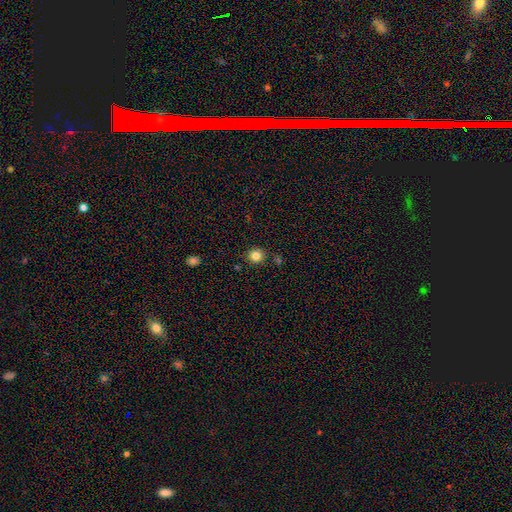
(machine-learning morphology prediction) smooth_or_featured: smooth (p=0.83) [alt: star or artifact p=0.12]
how_rounded: round (p=0.87) [alt: in between p=0.12]
merging: none (p=0.87) [alt: minor disturbance p=0.08]